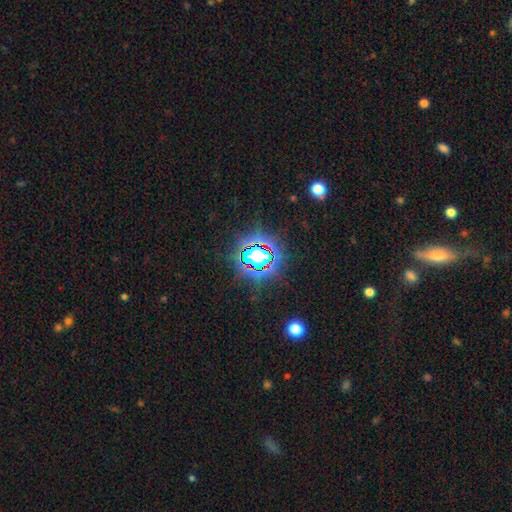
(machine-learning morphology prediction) Q: Smooth or featured?
A: star or artifact (77%); runner-up: smooth (14%)